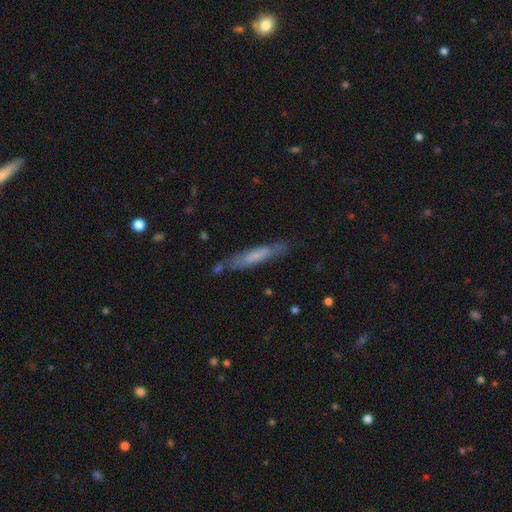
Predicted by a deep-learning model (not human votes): The model was most divided on "smooth or featured": smooth: 56%, featured or disk: 37%, star or artifact: 7%. More confident: how rounded — cigar-shaped (90%); merging — none (75%).